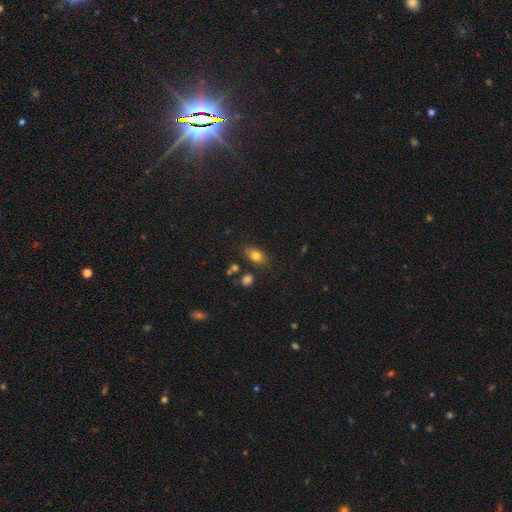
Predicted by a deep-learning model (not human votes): smooth 80%, star or artifact 10%, featured or disk 9%. Down the decision tree: how rounded — in between (82%); merging — none (77%).